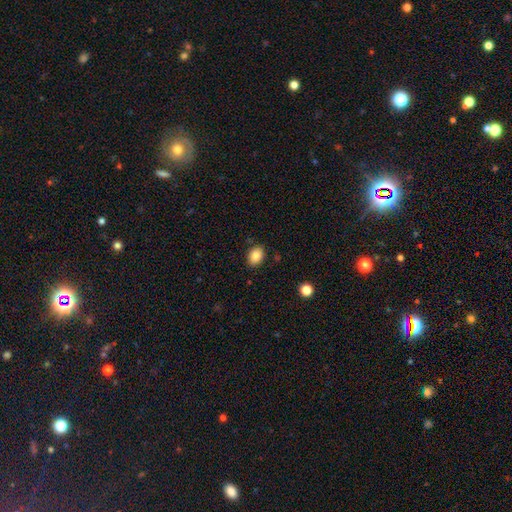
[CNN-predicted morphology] Q: Smooth or featured?
A: smooth (87%); runner-up: star or artifact (8%)
Q: How rounded?
A: in between (70%); runner-up: round (29%)
Q: Merging?
A: none (86%); runner-up: minor disturbance (10%)